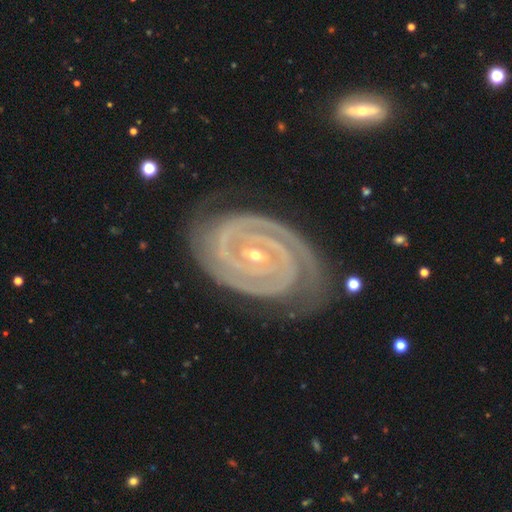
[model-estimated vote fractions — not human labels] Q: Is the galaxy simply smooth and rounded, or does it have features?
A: featured or disk — 93%.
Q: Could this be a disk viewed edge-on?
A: no — 97%.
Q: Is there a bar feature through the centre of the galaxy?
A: strong — 34%, tied with weak.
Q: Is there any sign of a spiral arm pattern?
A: yes — 99%.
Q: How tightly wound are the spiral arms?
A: tight — 86%.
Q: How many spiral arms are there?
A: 2 — 76%.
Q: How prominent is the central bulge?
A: small — 80%.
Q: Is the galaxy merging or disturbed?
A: none — 76%.